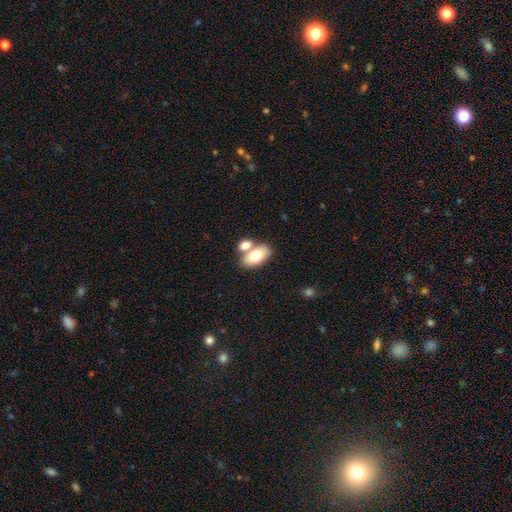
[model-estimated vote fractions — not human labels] smooth_or_featured: smooth (p=0.72) [alt: featured or disk p=0.21]
how_rounded: in between (p=0.91) [alt: round p=0.07]
merging: none (p=0.44) [alt: merger p=0.42]